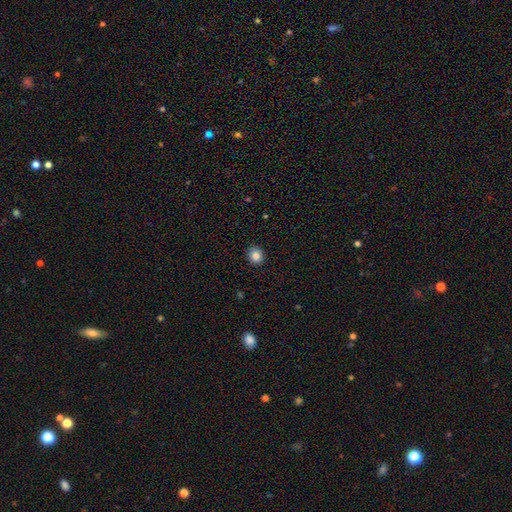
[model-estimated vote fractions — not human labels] Smooth or featured?
  - smooth: 84% *
  - star or artifact: 10%
  - featured or disk: 5%
How rounded?
  - round: 82% *
  - in between: 17%
  - cigar-shaped: 1%
Merging?
  - none: 91% *
  - minor disturbance: 7%
  - major disturbance: 2%
  - merger: 1%